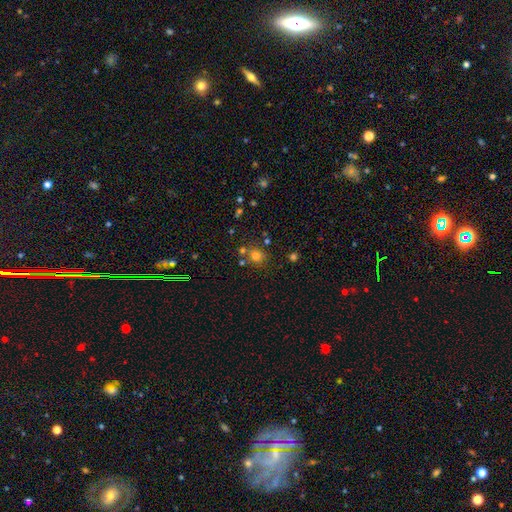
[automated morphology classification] Q: Smooth or featured?
A: smooth (73%); runner-up: star or artifact (18%)
Q: How rounded?
A: round (74%); runner-up: in between (25%)
Q: Merging?
A: none (69%); runner-up: merger (14%)